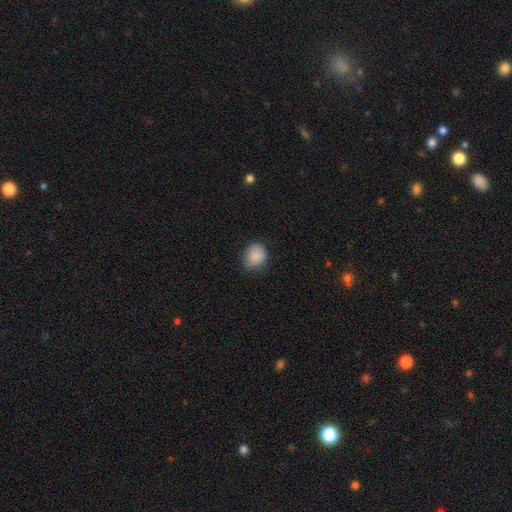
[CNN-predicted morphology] This is clearly a smooth galaxy (88%). How rounded: likely round (62%). Merging: likely none (71%).